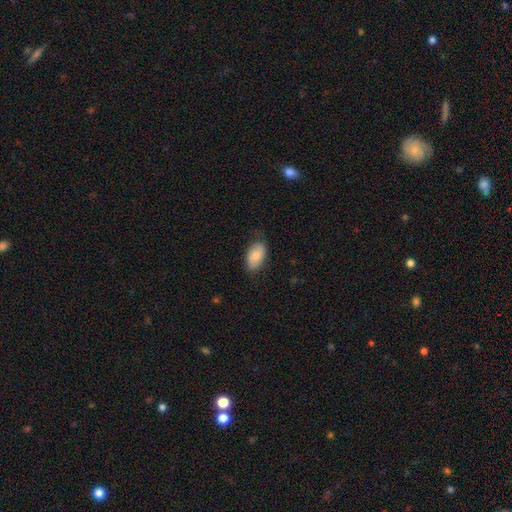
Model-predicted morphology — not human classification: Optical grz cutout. It shows a smooth galaxy with no disk features (80%) that is in between round and cigar-shaped (93%). Merging: none (77%).